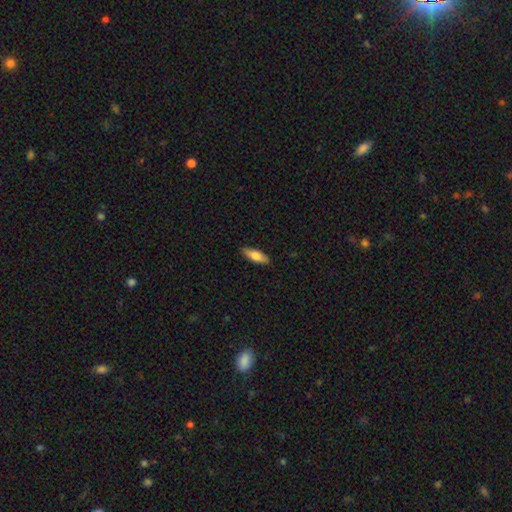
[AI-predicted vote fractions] Smooth or featured?
  - smooth: 70% *
  - featured or disk: 24%
  - star or artifact: 6%
How rounded?
  - in between: 60% *
  - cigar-shaped: 38%
  - round: 2%
Merging?
  - none: 88% *
  - minor disturbance: 9%
  - major disturbance: 2%
  - merger: 1%